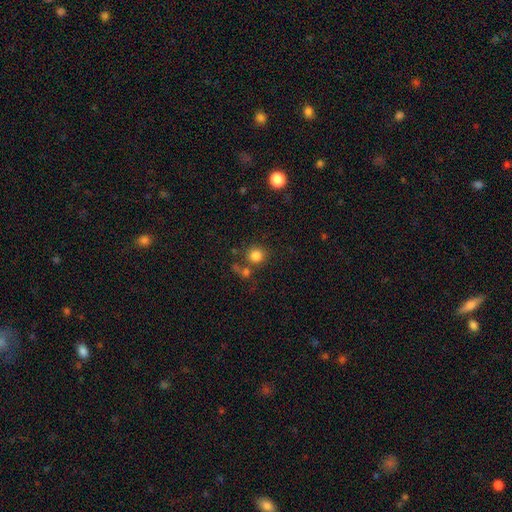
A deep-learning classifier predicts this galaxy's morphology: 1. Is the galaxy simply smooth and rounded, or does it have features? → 82% smooth, 12% star or artifact, 6% featured or disk.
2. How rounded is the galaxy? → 89% round, 10% in between, 1% cigar-shaped.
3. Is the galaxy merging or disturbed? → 71% none, 16% merger, 9% minor disturbance, 4% major disturbance.